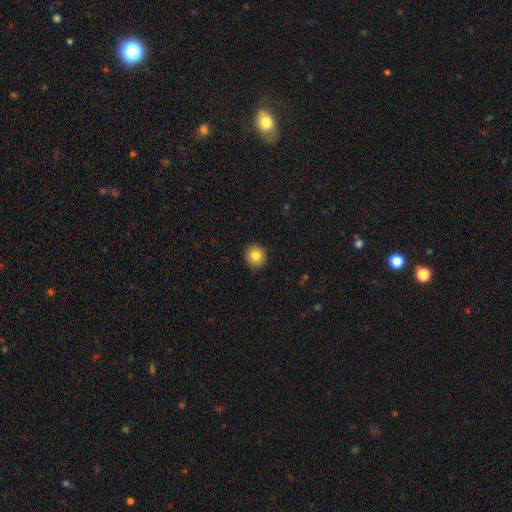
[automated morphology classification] Smooth or featured?
  - smooth: 82% *
  - star or artifact: 10%
  - featured or disk: 8%
How rounded?
  - round: 91% *
  - in between: 8%
  - cigar-shaped: 1%
Merging?
  - none: 91% *
  - minor disturbance: 6%
  - major disturbance: 2%
  - merger: 1%